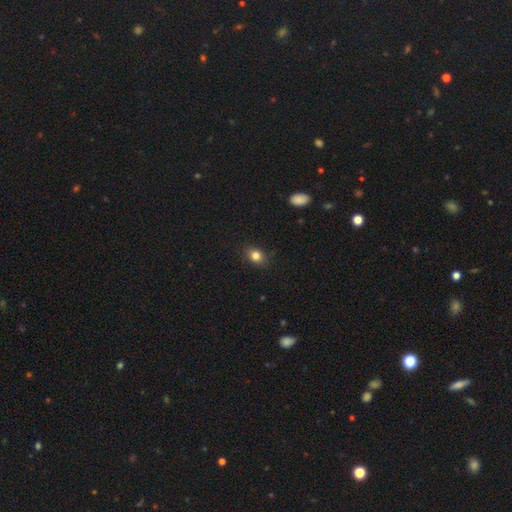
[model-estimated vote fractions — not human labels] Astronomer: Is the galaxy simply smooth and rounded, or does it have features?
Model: smooth — 83%.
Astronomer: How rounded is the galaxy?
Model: in between — 51% (runner-up: round, 48%).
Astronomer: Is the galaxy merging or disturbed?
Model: none — 84%.